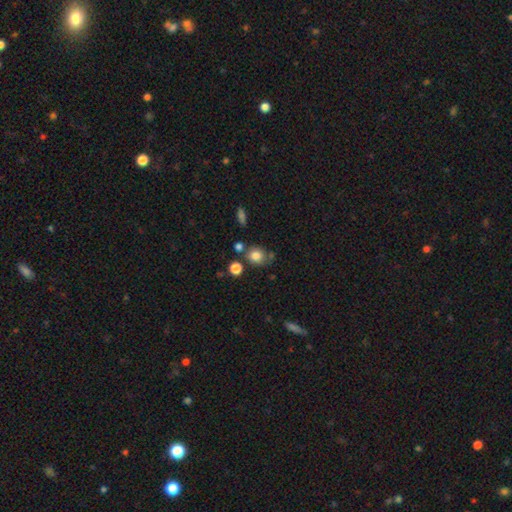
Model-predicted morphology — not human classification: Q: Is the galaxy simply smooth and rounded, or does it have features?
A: smooth — 80%.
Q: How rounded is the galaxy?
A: round — 71%.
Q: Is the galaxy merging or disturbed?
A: none — 64%.